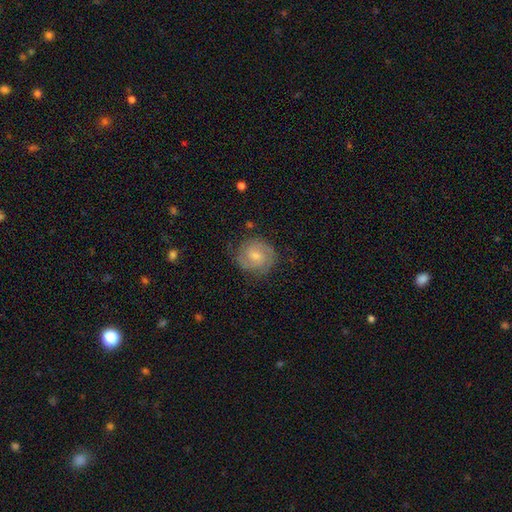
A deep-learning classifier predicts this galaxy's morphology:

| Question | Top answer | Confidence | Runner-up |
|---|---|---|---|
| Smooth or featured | featured or disk | 74% | smooth (20%) |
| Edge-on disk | no | 98% | yes (2%) |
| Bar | weak | 48% | no (45%) |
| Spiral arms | yes | 95% | no (5%) |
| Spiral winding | tight | 53% | medium (38%) |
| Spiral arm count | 2 | 72% | can't tell (12%) |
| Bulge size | small | 51% | moderate (43%) |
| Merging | none | 77% | minor disturbance (16%) |